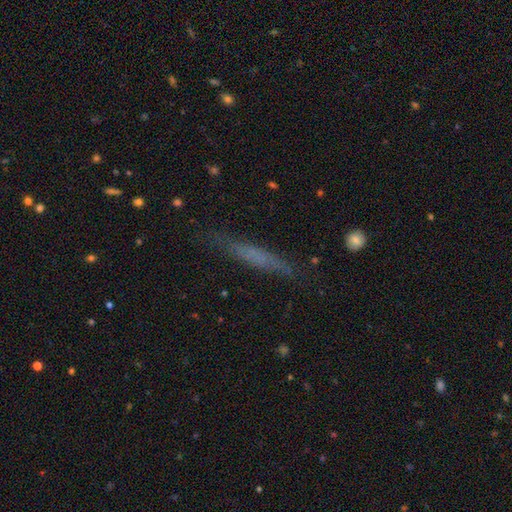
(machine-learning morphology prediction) A smooth galaxy with no disk features (50%).

Vote fractions:
- Smooth or featured? smooth: 50% / featured or disk: 41% / star or artifact: 9%
- Merging? none: 81% / minor disturbance: 14% / major disturbance: 3% / merger: 2%